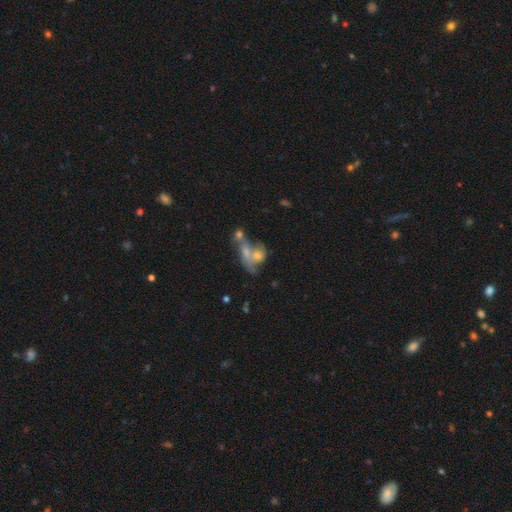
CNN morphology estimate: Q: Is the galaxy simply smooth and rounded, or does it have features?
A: smooth — 53%.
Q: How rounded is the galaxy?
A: in between — 62%.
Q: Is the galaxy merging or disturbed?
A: merger — 62%.